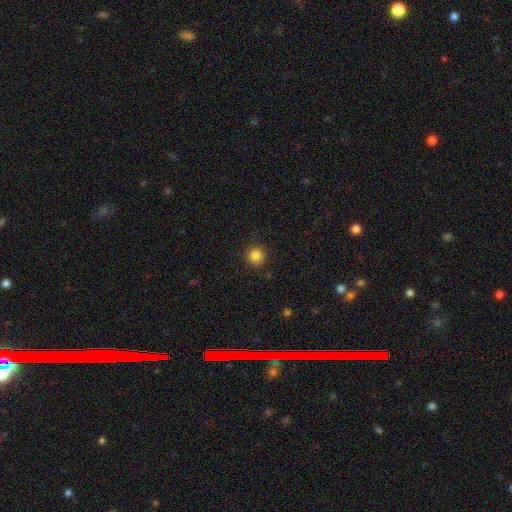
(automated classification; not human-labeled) Smooth or featured? Predicted: smooth (p=0.85). How rounded? Predicted: round (p=0.95). Merging? Predicted: none (p=0.90).